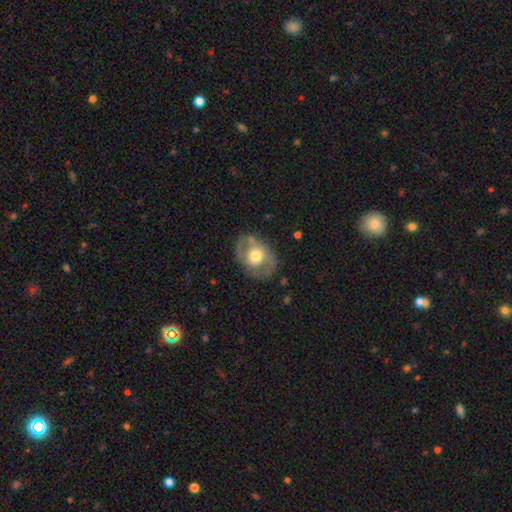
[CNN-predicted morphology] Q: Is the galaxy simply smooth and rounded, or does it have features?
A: featured or disk — 57%.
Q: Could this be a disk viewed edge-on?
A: no — 94%.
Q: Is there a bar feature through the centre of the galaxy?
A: no — 73%.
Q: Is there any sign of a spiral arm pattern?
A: no — 55%.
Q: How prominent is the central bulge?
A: moderate — 58%.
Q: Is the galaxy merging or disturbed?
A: none — 72%.